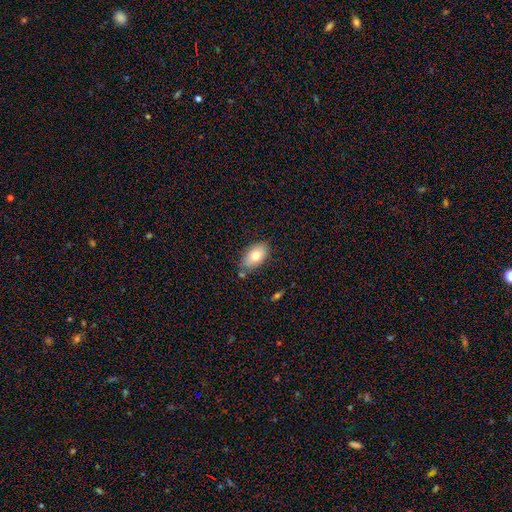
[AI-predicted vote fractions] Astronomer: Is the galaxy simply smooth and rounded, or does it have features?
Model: smooth — 74%.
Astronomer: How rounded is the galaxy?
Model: in between — 92%.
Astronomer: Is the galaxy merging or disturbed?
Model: none — 75%.